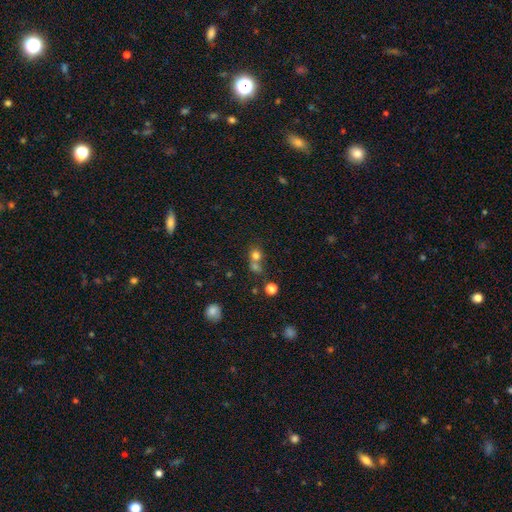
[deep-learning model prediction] Smooth or featured: smooth — 73% (star or artifact — 16%)
How rounded: round — 82% (in between — 17%)
Merging: merger — 51% (none — 38%)